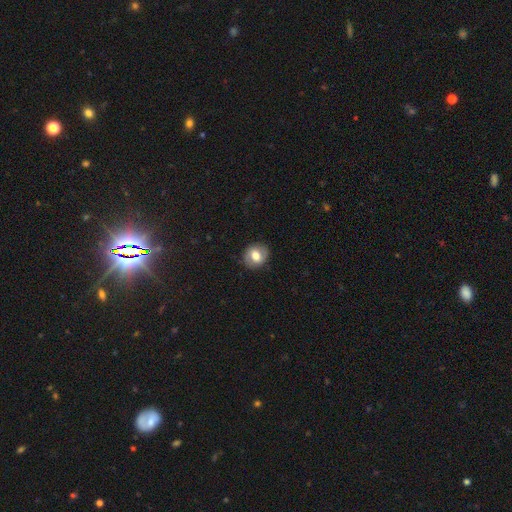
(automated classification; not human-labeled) Q: Smooth or featured?
A: smooth (61%); runner-up: featured or disk (31%)
Q: How rounded?
A: round (67%); runner-up: in between (32%)
Q: Merging?
A: none (84%); runner-up: minor disturbance (11%)